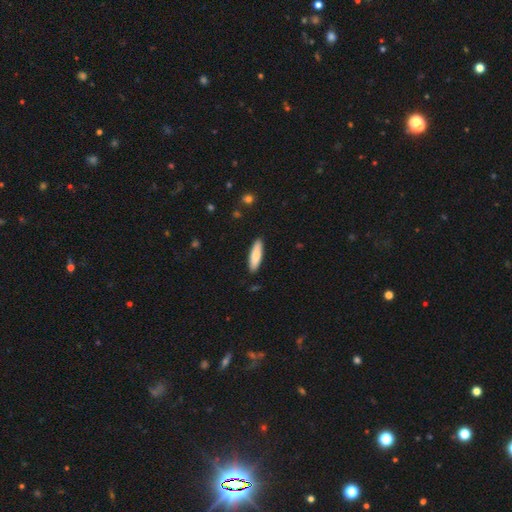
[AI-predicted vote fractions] Smooth or featured? smooth (81%)
How rounded? cigar-shaped (63%)
Merging? none (89%)